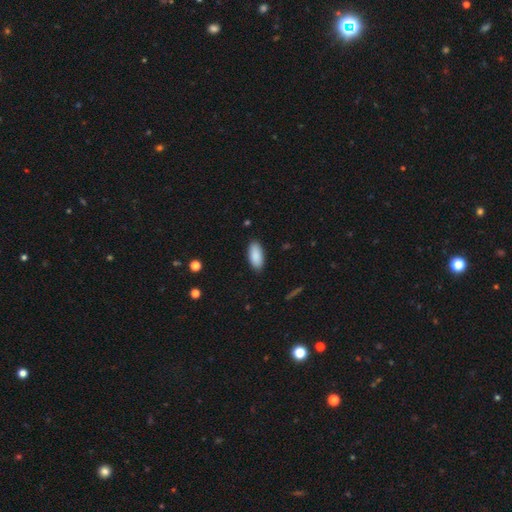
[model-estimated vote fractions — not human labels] A smooth galaxy with no disk features (90%) that is in between round and cigar-shaped (90%).

Vote fractions:
- Smooth or featured? smooth: 90% / star or artifact: 6% / featured or disk: 4%
- How rounded? in between: 90% / cigar-shaped: 8% / round: 2%
- Merging? none: 88% / minor disturbance: 9% / major disturbance: 2% / merger: 1%